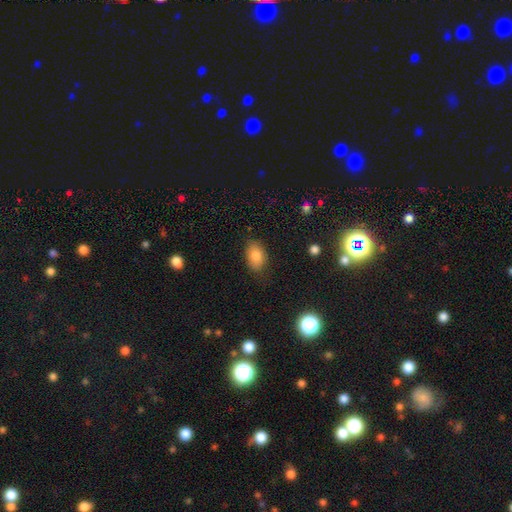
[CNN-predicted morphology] A smooth galaxy with no disk features (82%) that is in between round and cigar-shaped (87%).

Vote fractions:
- Smooth or featured? smooth: 82% / featured or disk: 9% / star or artifact: 9%
- How rounded? in between: 87% / round: 11% / cigar-shaped: 1%
- Merging? none: 78% / minor disturbance: 17% / major disturbance: 4% / merger: 1%